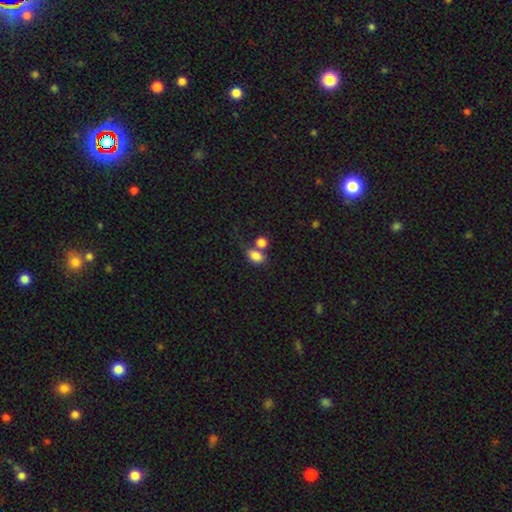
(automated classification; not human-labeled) This is clearly a smooth galaxy (83%). How rounded: clearly in between (80%). Merging: marginally none (41%).